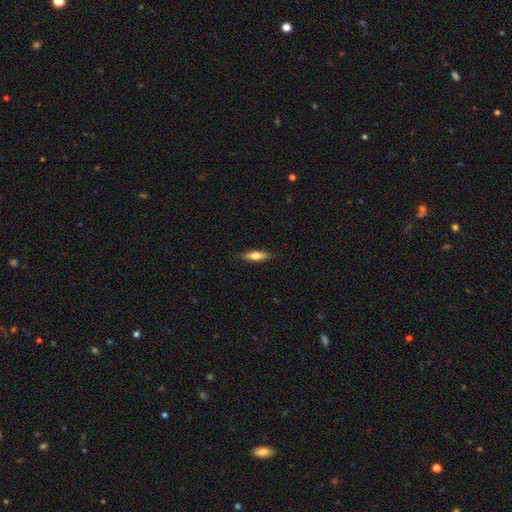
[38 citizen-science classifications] This appears to be a smooth galaxy with no disk features (76%) that is cigar-shaped (66%). Merging: none (91%).